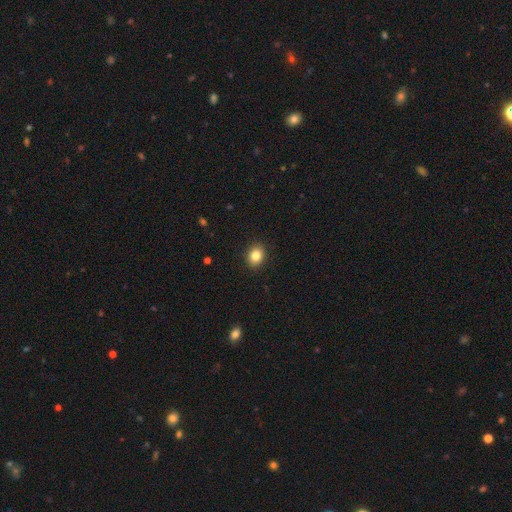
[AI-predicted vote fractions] A smooth galaxy with no disk features (85%) that is round (52%). Merging: none (91%).